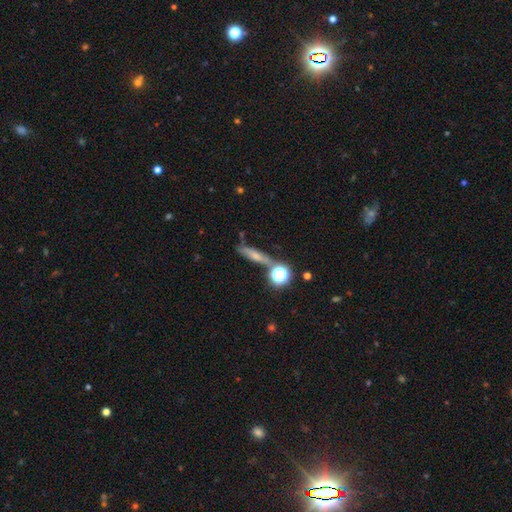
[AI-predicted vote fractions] The model was most divided on "smooth or featured": smooth: 50%, featured or disk: 32%, star or artifact: 18%. More confident: merging — none (67%).